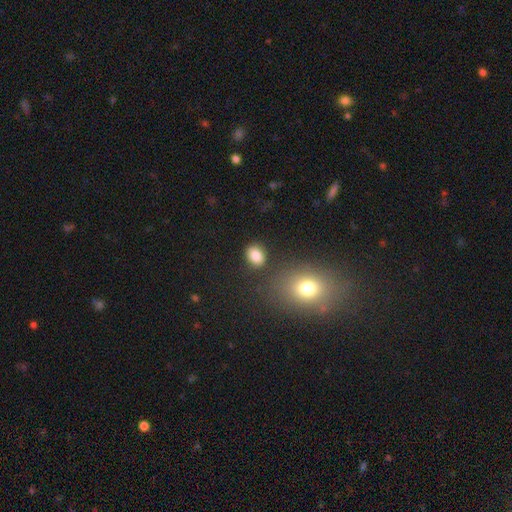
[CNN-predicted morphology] Overall: smooth (85%). How rounded: in between (61%; round 37%). Merging: none (81%).